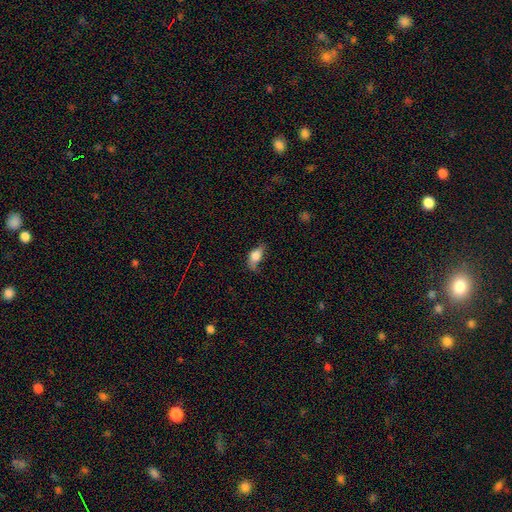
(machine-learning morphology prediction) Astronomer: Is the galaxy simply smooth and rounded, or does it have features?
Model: smooth — 73%.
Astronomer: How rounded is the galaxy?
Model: in between — 86%.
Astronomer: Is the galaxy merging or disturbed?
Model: none — 42% (runner-up: minor disturbance, 35%).